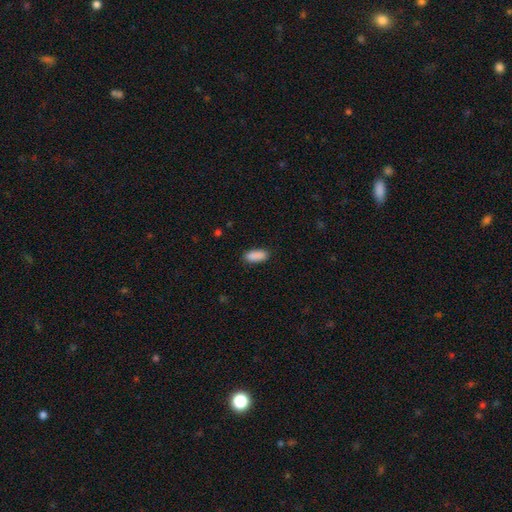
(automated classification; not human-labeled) Q: Smooth or featured?
A: smooth (90%); runner-up: star or artifact (6%)
Q: How rounded?
A: in between (84%); runner-up: cigar-shaped (14%)
Q: Merging?
A: none (87%); runner-up: minor disturbance (10%)